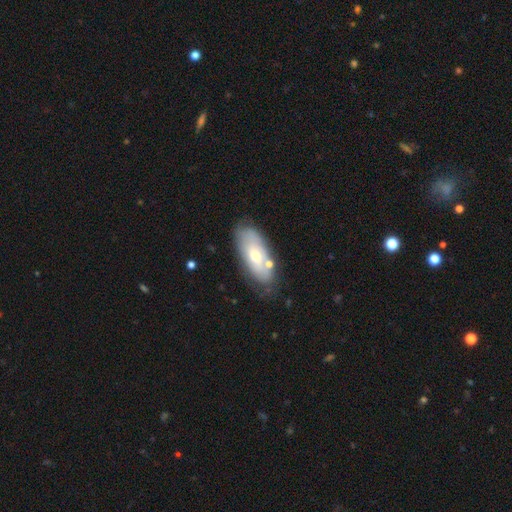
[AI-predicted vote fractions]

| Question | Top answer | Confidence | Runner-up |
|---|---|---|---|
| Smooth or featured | featured or disk | 47% | smooth (46%) |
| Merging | none | 71% | minor disturbance (17%) |